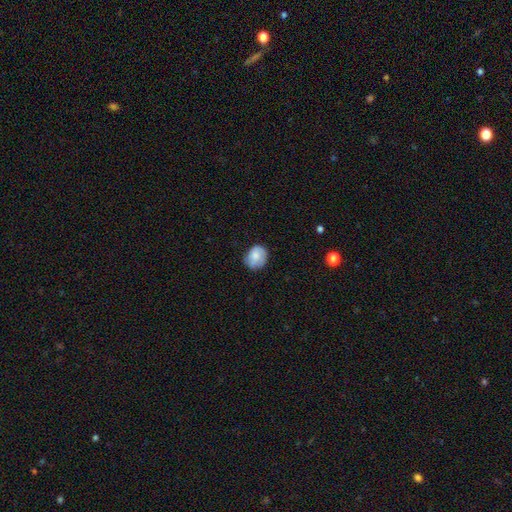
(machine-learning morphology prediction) type=smooth (74%); roundness=round (56%); merging=none (66%).